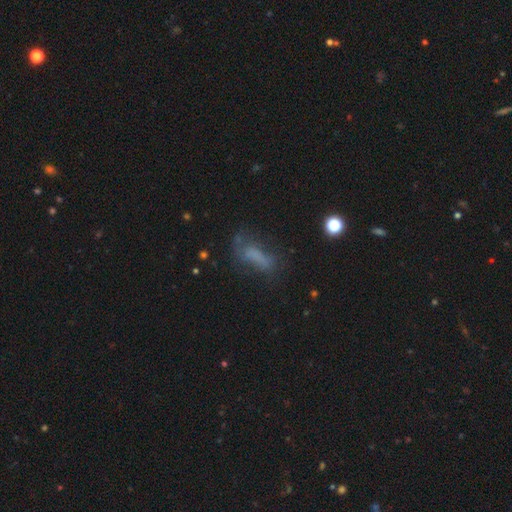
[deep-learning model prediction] Morphology: type=smooth (54%); roundness=in between (56%); merging=none (46%).